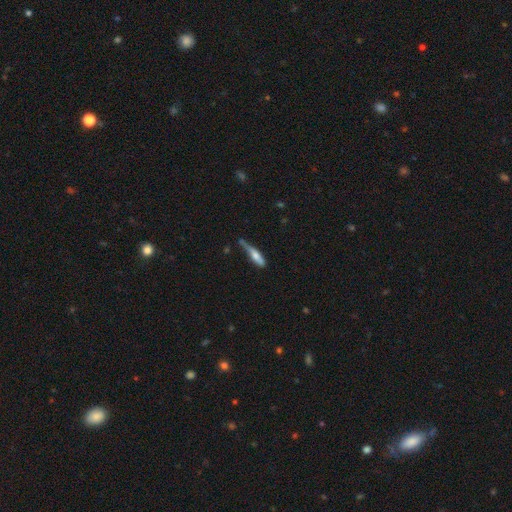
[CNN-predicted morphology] smooth_or_featured: smooth (p=0.59) [alt: featured or disk p=0.35]
how_rounded: cigar-shaped (p=0.77) [alt: in between p=0.21]
merging: none (p=0.41) [alt: minor disturbance p=0.33]